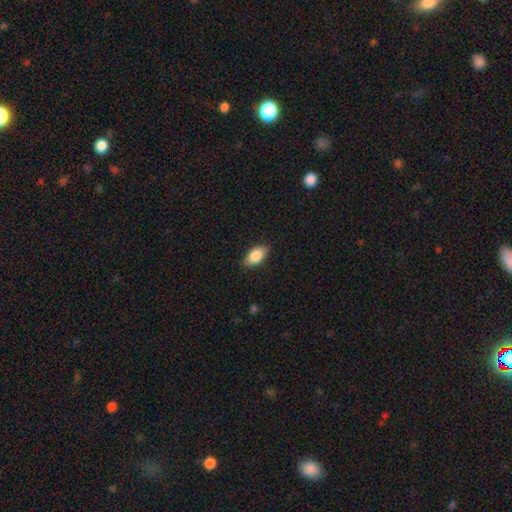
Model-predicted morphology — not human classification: This is clearly a smooth galaxy (84%). How rounded: clearly in between (91%). Merging: clearly none (86%).